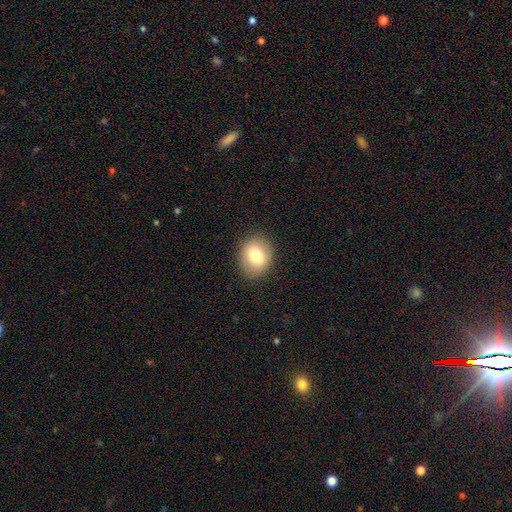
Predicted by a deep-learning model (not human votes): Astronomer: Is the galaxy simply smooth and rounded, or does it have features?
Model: smooth — 75%.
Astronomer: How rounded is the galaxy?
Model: round — 55% (runner-up: in between, 44%).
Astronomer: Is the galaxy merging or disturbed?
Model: none — 88%.